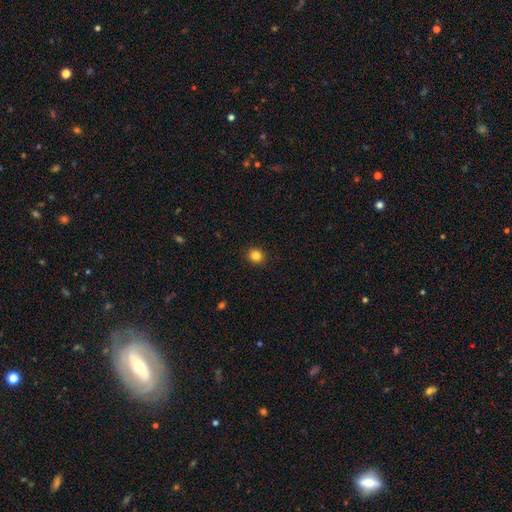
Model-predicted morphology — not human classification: Smooth or featured? Predicted: smooth (p=0.84). How rounded? Predicted: round (p=0.88). Merging? Predicted: none (p=0.92).